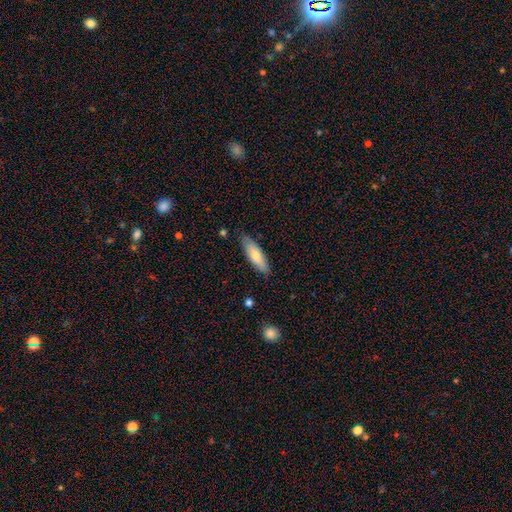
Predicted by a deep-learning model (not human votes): Q: Smooth or featured?
A: smooth (75%); runner-up: featured or disk (19%)
Q: How rounded?
A: cigar-shaped (53%); runner-up: in between (46%)
Q: Merging?
A: none (84%); runner-up: minor disturbance (13%)